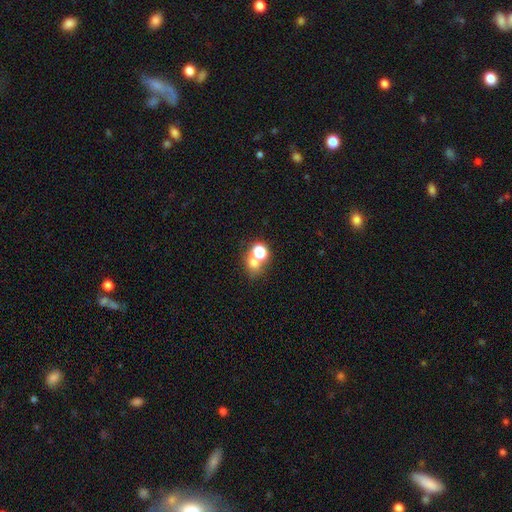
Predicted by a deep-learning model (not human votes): This appears to be a smooth galaxy with no disk features (64%) that is round (68%). Merging: merger (44%).